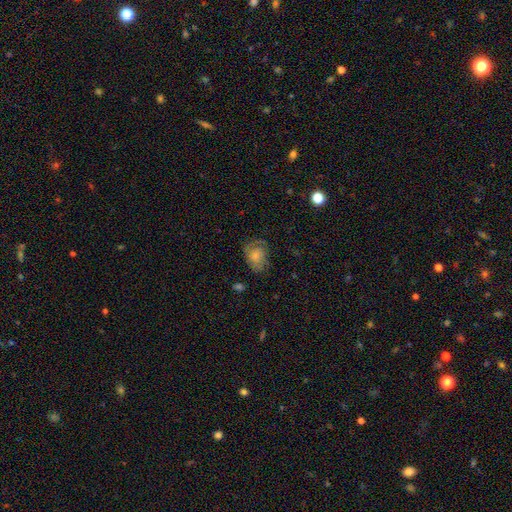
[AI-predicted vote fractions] Overall: smooth (56%; featured or disk 35%). How rounded: in between (68%; round 31%). Merging: none (55%; minor disturbance 27%).